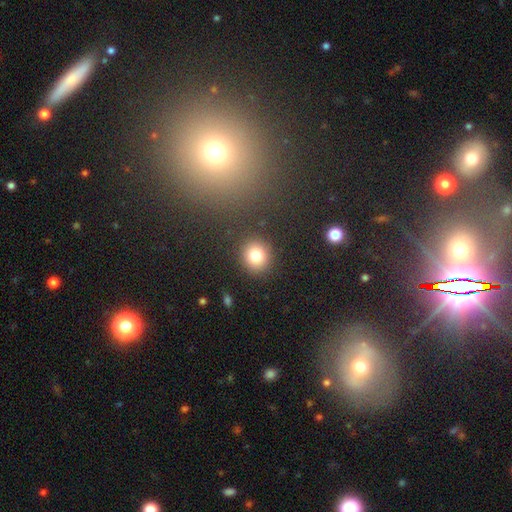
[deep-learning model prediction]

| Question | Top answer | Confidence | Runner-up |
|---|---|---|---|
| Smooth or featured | smooth | 80% | star or artifact (12%) |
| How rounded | round | 86% | in between (13%) |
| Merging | none | 89% | minor disturbance (7%) |